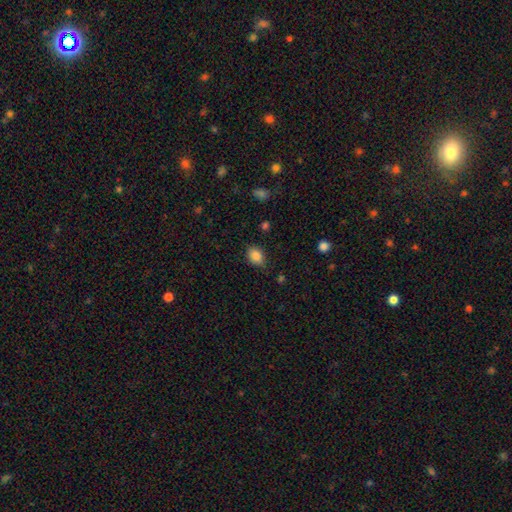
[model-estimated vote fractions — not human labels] smooth_or_featured: smooth (p=0.86) [alt: star or artifact p=0.09]
how_rounded: in between (p=0.69) [alt: round p=0.30]
merging: none (p=0.78) [alt: minor disturbance p=0.18]